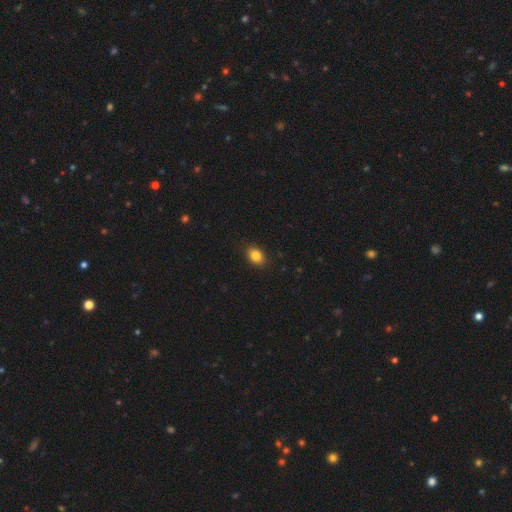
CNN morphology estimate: type=smooth (85%); roundness=in between (70%); merging=none (88%).